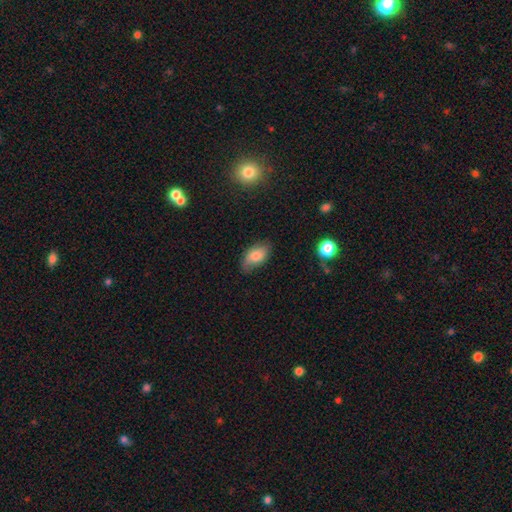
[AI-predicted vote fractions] Smooth or featured? smooth (74%)
How rounded? in between (92%)
Merging? none (68%)